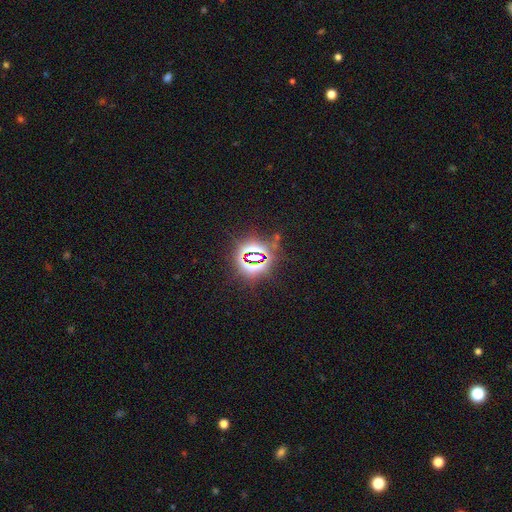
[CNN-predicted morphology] A star or artifact, not a galaxy (81%).